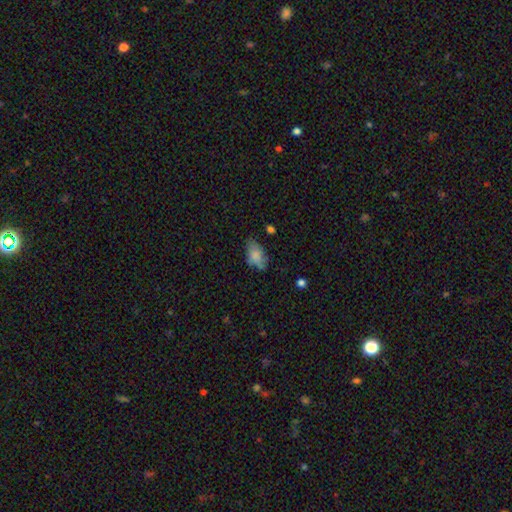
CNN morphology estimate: type=smooth (76%); roundness=in between (91%); merging=none (55%).